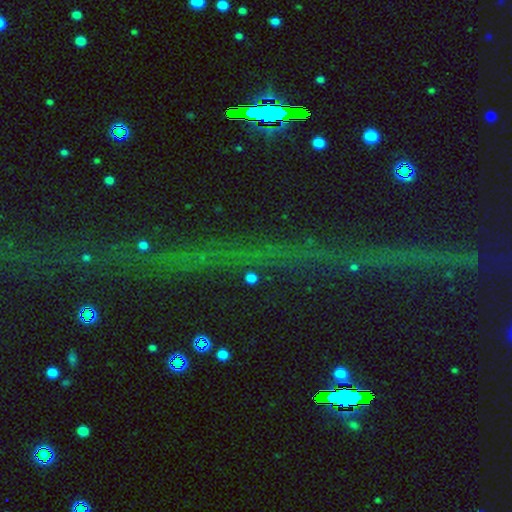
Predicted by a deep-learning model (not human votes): Smooth or featured? Predicted: star or artifact (p=0.67).